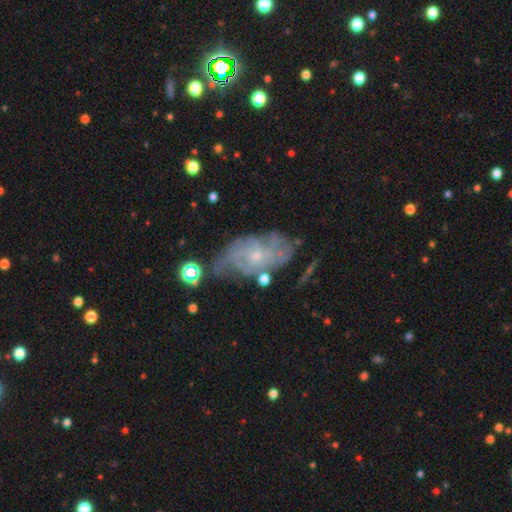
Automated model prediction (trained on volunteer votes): Smooth or featured? featured or disk (79%)
Edge-on disk? no (96%)
Bar? no (74%)
Spiral arms? yes (89%)
Spiral winding? tight (50%)
Spiral arm count? can't tell (43%)
Bulge size? small (77%)
Merging? none (52%)